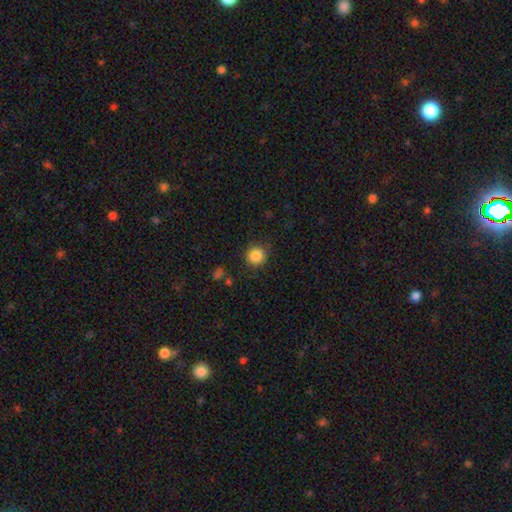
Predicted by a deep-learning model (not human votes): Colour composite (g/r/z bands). It shows a smooth galaxy with no disk features (86%) that is round (92%). Merging: none (85%).